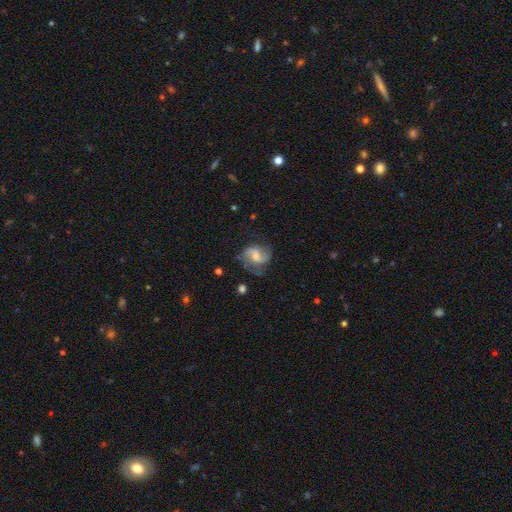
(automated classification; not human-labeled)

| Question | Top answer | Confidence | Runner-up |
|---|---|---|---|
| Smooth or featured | featured or disk | 72% | smooth (21%) |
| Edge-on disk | no | 98% | yes (2%) |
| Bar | weak | 51% | no (34%) |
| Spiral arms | yes | 91% | no (9%) |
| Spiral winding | medium | 44% | loose (43%) |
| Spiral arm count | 2 | 79% | can't tell (8%) |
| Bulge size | moderate | 42% | small (33%) |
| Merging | none | 59% | minor disturbance (23%) |